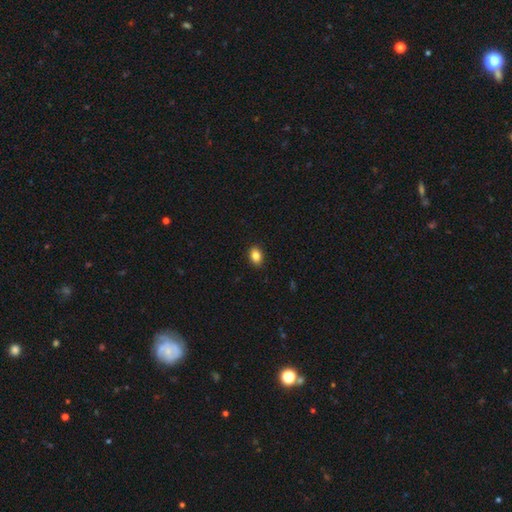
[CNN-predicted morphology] type=smooth (86%); roundness=in between (73%); merging=none (90%).